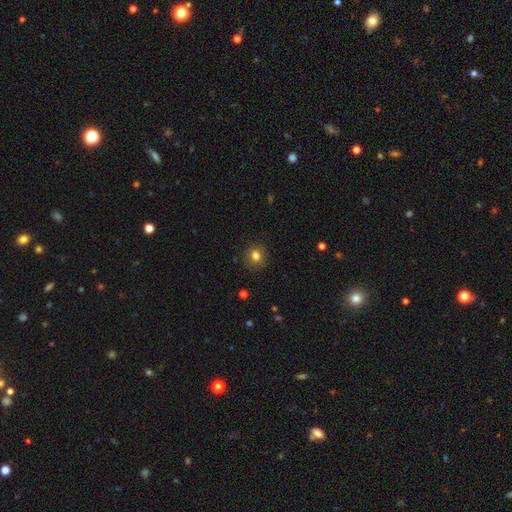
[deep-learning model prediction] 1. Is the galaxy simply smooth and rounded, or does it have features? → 81% smooth, 12% star or artifact, 6% featured or disk.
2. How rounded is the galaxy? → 80% round, 19% in between, 1% cigar-shaped.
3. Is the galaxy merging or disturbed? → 88% none, 8% minor disturbance, 2% major disturbance, 1% merger.